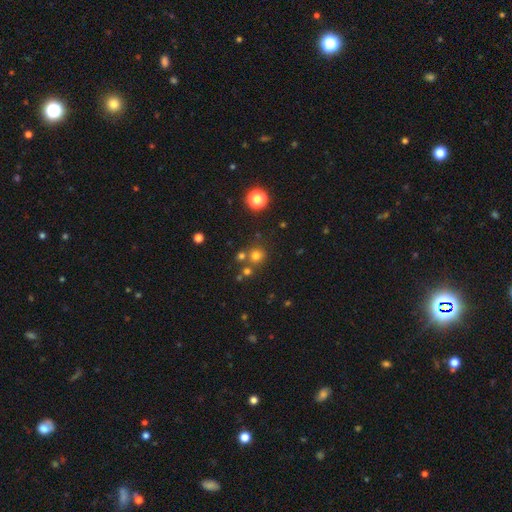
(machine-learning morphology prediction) Smooth or featured? Predicted: smooth (p=0.70). How rounded? Predicted: round (p=0.89). Merging? Predicted: none (p=0.70).